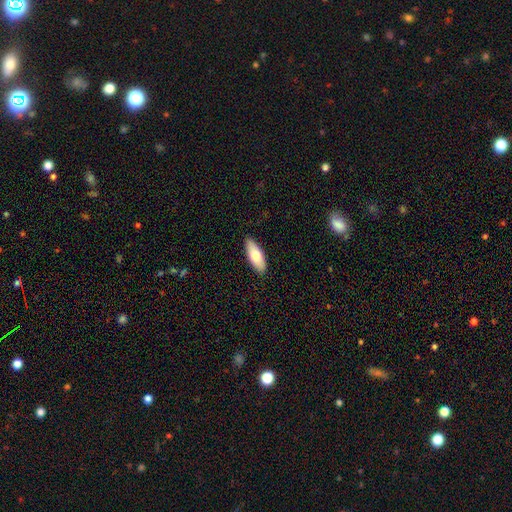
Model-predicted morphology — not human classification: type=smooth (77%); roundness=in between (76%); merging=none (88%).